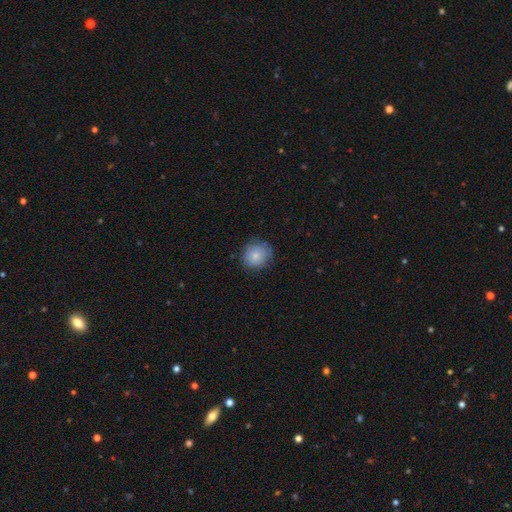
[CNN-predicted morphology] This is clearly a smooth galaxy (82%). How rounded: clearly round (84%). Merging: likely none (79%).